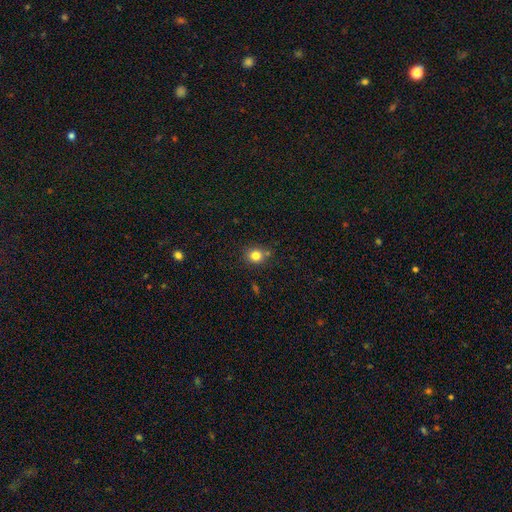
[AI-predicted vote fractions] Morphology: type=smooth (81%); roundness=round (81%); merging=none (76%).